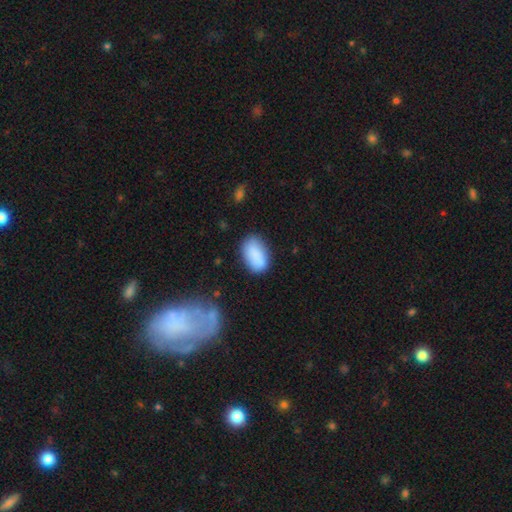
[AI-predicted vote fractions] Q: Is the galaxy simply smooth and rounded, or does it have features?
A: smooth — 86%.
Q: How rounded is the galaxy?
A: in between — 91%.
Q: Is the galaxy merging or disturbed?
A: none — 73%.